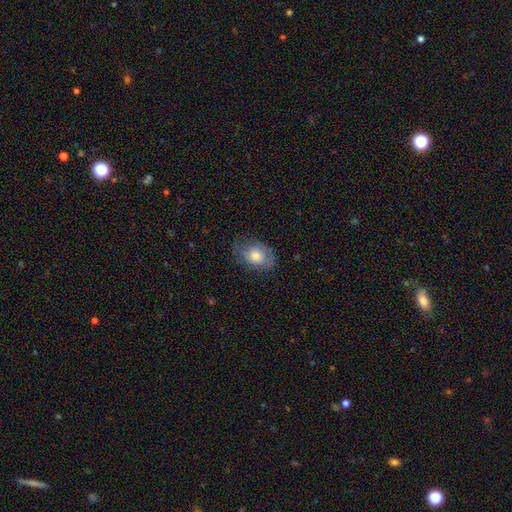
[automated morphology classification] The model was most divided on "smooth or featured": smooth: 61%, featured or disk: 30%, star or artifact: 8%. More confident: how rounded — in between (76%); merging — none (67%).